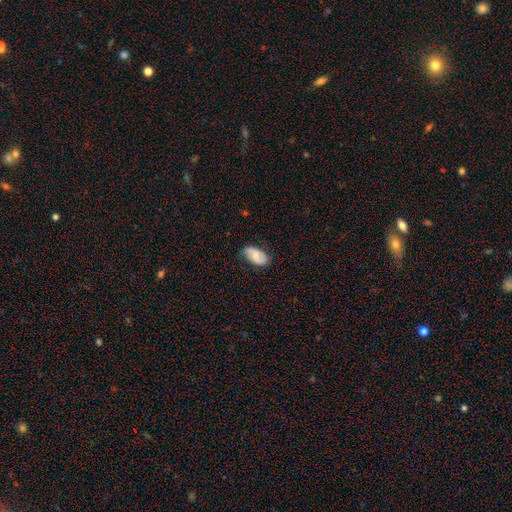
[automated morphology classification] Smooth or featured? Predicted: smooth (p=0.51). How rounded? Predicted: in between (p=0.93). Merging? Predicted: none (p=0.76).